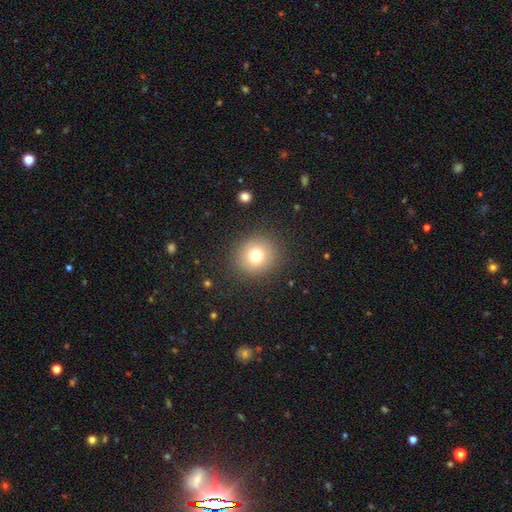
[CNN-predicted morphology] Smooth or featured?
  - smooth: 75% *
  - star or artifact: 13%
  - featured or disk: 12%
How rounded?
  - round: 86% *
  - in between: 13%
  - cigar-shaped: 1%
Merging?
  - none: 87% *
  - minor disturbance: 8%
  - major disturbance: 4%
  - merger: 1%